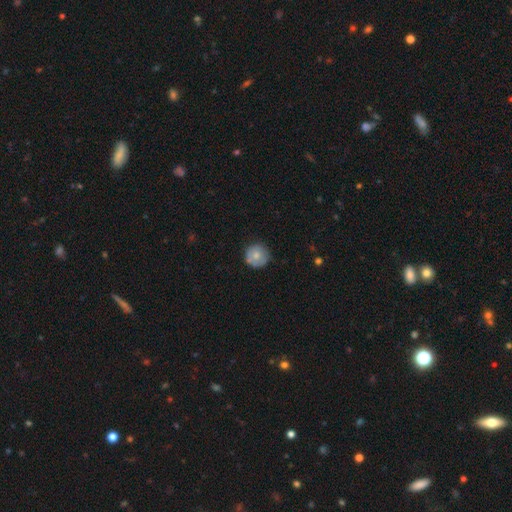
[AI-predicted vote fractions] Smooth or featured? Predicted: smooth (p=0.68). How rounded? Predicted: round (p=0.94). Merging? Predicted: none (p=0.78).